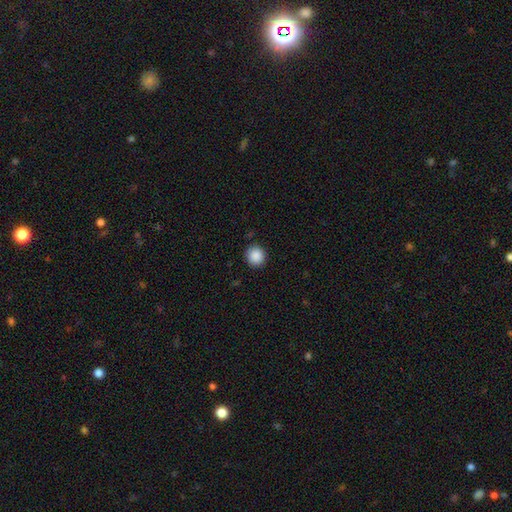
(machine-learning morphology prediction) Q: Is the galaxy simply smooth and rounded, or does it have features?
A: smooth — 89%.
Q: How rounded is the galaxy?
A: round — 92%.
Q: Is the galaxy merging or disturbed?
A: none — 89%.